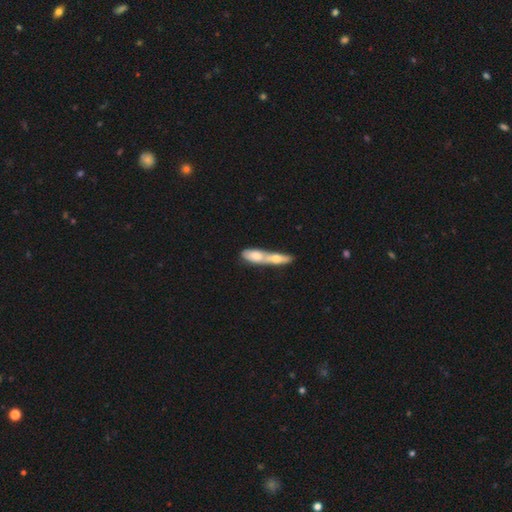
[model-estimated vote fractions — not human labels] This is likely a smooth galaxy (62%). How rounded: possibly in between (54%). Merging: likely merger (73%).